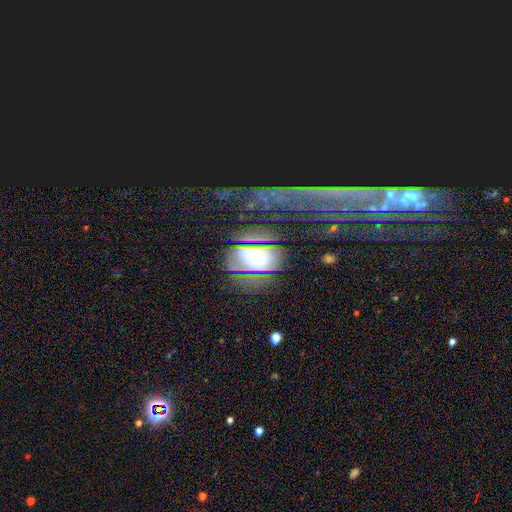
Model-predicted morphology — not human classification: This appears to be a featured or disk galaxy (50%). Merging: none (62%).